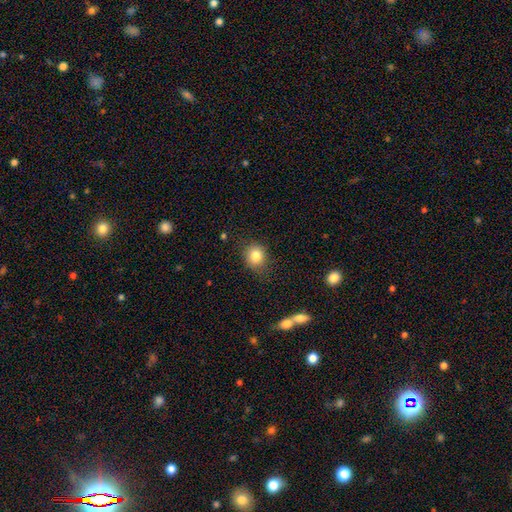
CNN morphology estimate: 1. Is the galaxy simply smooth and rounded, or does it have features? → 83% smooth, 10% star or artifact, 7% featured or disk.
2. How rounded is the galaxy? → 71% round, 28% in between, 1% cigar-shaped.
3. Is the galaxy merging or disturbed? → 80% none, 14% minor disturbance, 4% major disturbance, 2% merger.